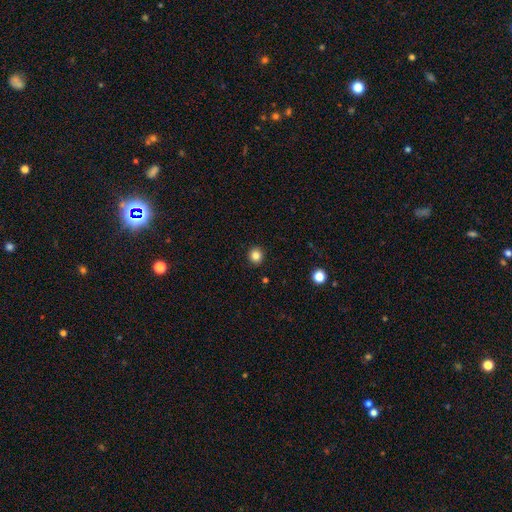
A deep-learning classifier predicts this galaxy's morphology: This is clearly a smooth galaxy (83%). How rounded: clearly round (91%). Merging: clearly none (92%).